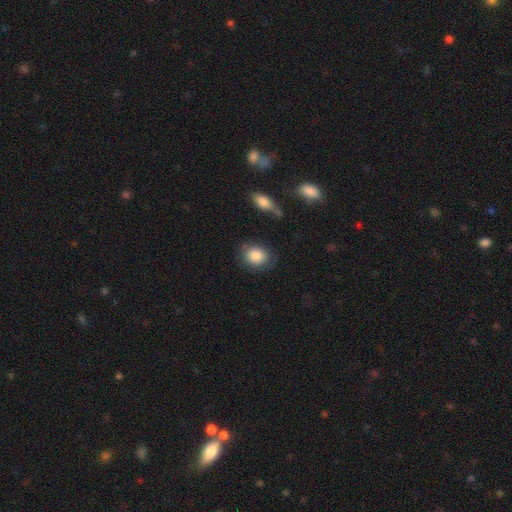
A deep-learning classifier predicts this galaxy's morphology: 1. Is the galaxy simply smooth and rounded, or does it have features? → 85% smooth, 8% star or artifact, 8% featured or disk.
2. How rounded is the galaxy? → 59% round, 40% in between, 1% cigar-shaped.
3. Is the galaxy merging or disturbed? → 78% none, 14% minor disturbance, 4% major disturbance, 3% merger.